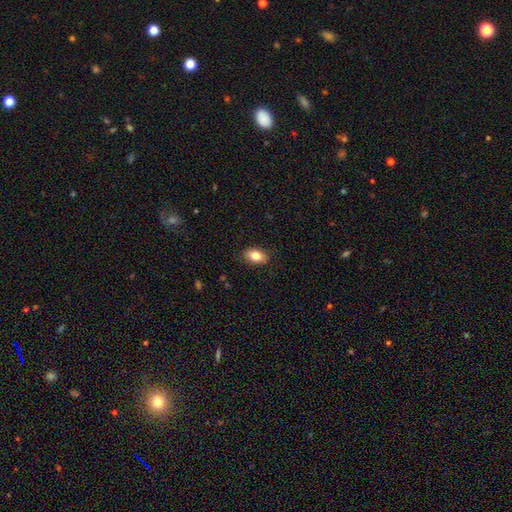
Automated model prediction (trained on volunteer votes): This appears to be a smooth galaxy with no disk features (81%) that is in between round and cigar-shaped (90%). Merging: none (87%).